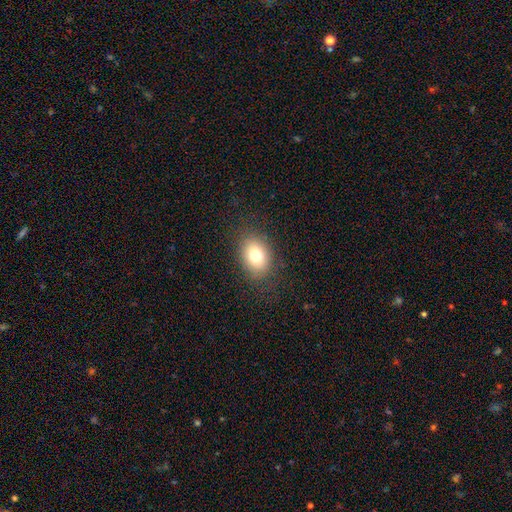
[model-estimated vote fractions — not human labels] Smooth or featured?
  - smooth: 77% *
  - featured or disk: 12%
  - star or artifact: 11%
How rounded?
  - in between: 71% *
  - round: 28%
  - cigar-shaped: 1%
Merging?
  - none: 83% *
  - minor disturbance: 11%
  - major disturbance: 5%
  - merger: 1%